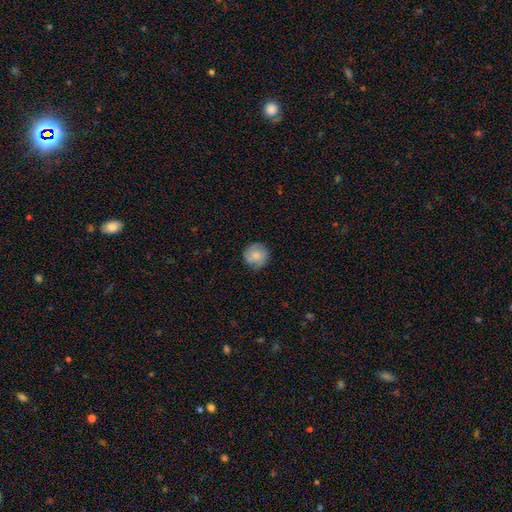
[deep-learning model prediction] The model was most divided on "smooth or featured": smooth: 70%, featured or disk: 22%, star or artifact: 7%. More confident: how rounded — round (93%); merging — none (81%).